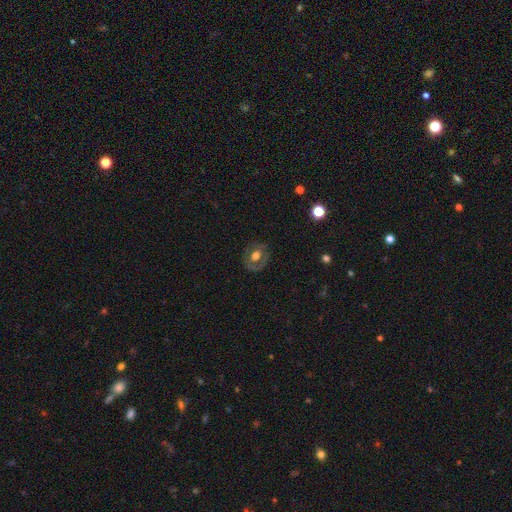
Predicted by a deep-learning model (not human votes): featured or disk 49%, smooth 42%, star or artifact 8%. Down the decision tree: merging — none (79%).